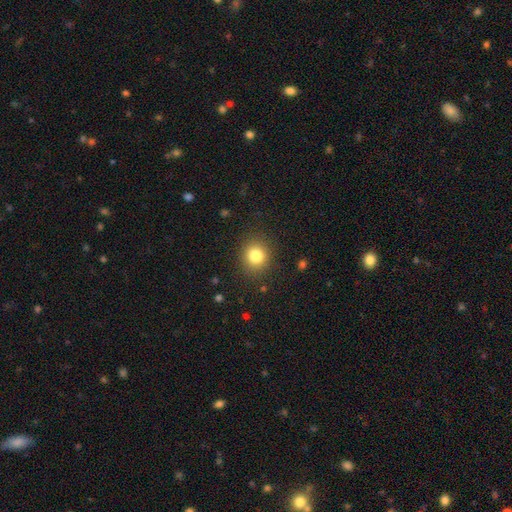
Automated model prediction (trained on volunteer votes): This is clearly a smooth galaxy (82%). How rounded: clearly round (80%). Merging: clearly none (87%).